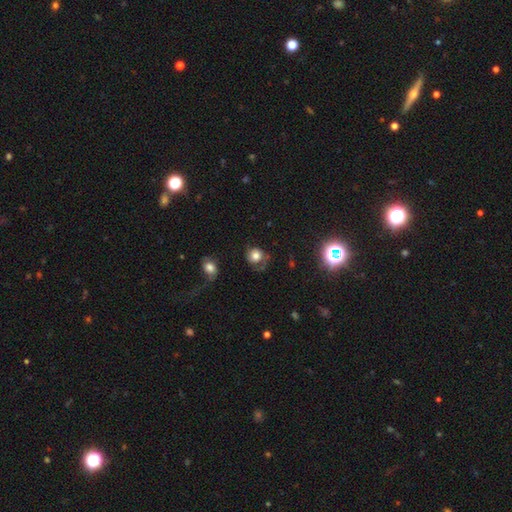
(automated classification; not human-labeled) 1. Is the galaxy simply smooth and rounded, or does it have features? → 63% smooth, 26% featured or disk, 12% star or artifact.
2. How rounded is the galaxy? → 76% round, 23% in between, 1% cigar-shaped.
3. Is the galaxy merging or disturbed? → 46% none, 25% minor disturbance, 25% major disturbance, 4% merger.